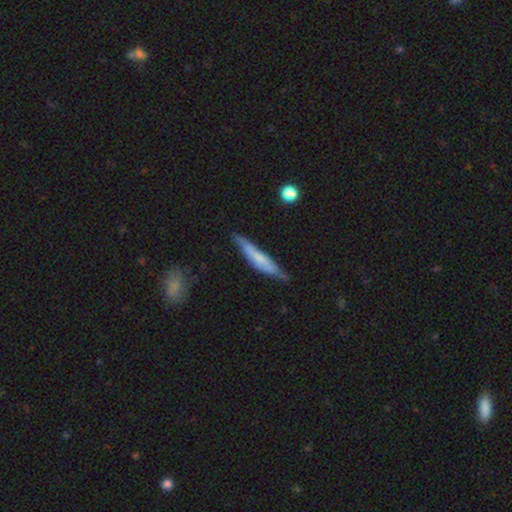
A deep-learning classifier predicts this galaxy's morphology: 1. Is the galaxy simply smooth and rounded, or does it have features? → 52% smooth, 41% featured or disk, 7% star or artifact.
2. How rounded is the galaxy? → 91% cigar-shaped, 7% in between, 2% round.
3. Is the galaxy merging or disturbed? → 73% none, 21% minor disturbance, 4% major disturbance, 2% merger.